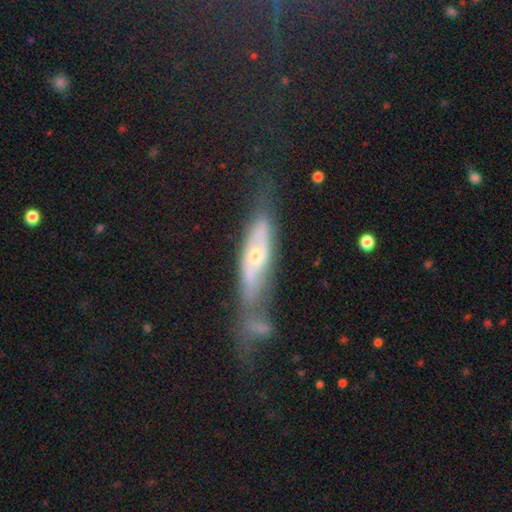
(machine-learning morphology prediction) A featured or disk galaxy (61%).

Vote fractions:
- Smooth or featured? featured or disk: 61% / smooth: 28% / star or artifact: 11%
- Edge-on disk? no: 63% / yes: 37%
- Merging? none: 33% / minor disturbance: 23% / major disturbance: 23% / merger: 21%